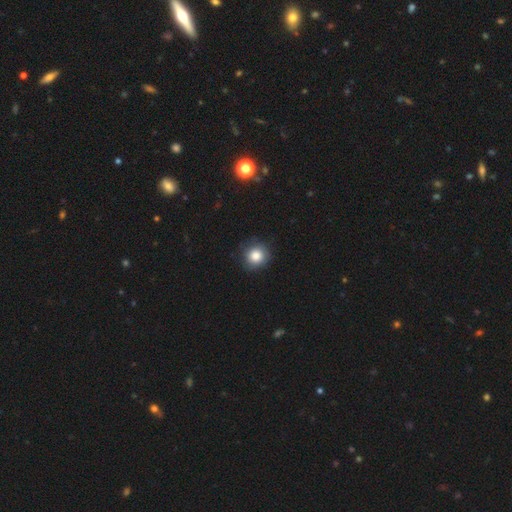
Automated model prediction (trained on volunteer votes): Q: Smooth or featured?
A: smooth (84%); runner-up: star or artifact (10%)
Q: How rounded?
A: round (91%); runner-up: in between (8%)
Q: Merging?
A: none (85%); runner-up: minor disturbance (11%)